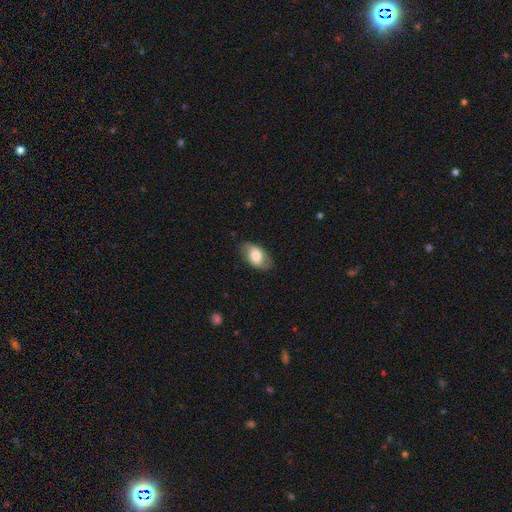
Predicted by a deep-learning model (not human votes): Smooth or featured? Predicted: smooth (p=0.73). How rounded? Predicted: in between (p=0.91). Merging? Predicted: none (p=0.77).